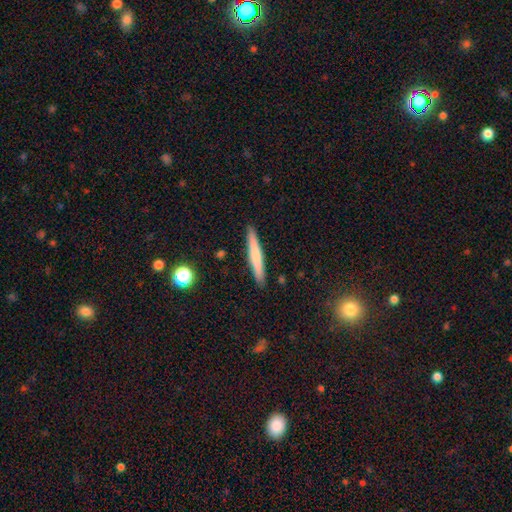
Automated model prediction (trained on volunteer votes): Q: Smooth or featured?
A: smooth (65%); runner-up: featured or disk (28%)
Q: How rounded?
A: cigar-shaped (95%); runner-up: in between (3%)
Q: Merging?
A: none (91%); runner-up: minor disturbance (7%)